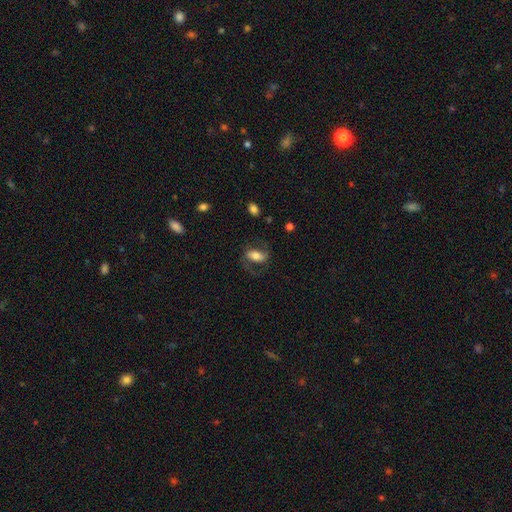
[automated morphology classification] type=featured or disk (50%); edge-on=no (92%); merging=none (63%).